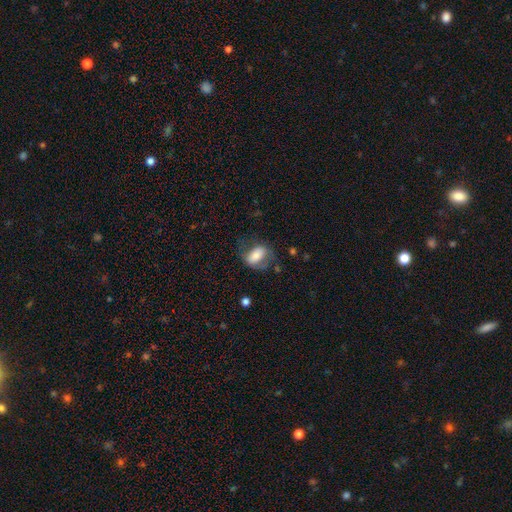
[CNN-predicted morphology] Smooth or featured? smooth (58%)
How rounded? in between (83%)
Merging? none (46%)